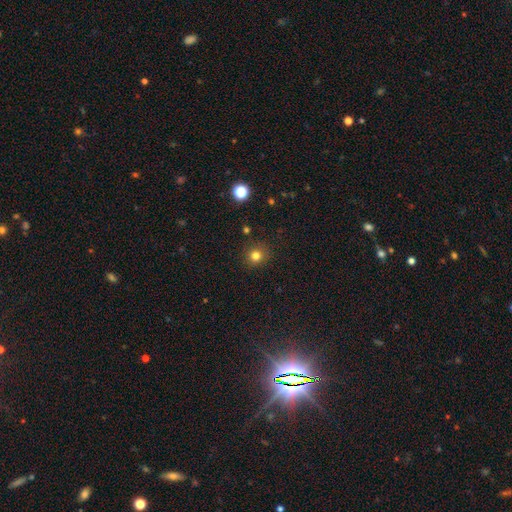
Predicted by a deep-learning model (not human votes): smooth_or_featured: smooth (p=0.80) [alt: star or artifact p=0.15]
how_rounded: round (p=0.90) [alt: in between p=0.09]
merging: none (p=0.88) [alt: minor disturbance p=0.08]